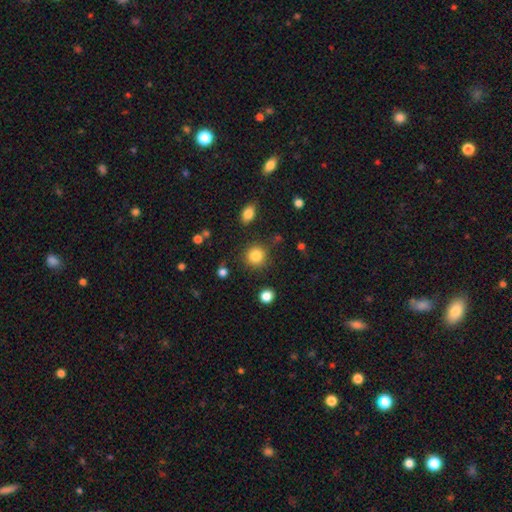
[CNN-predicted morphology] type=smooth (84%); roundness=round (91%); merging=none (85%).